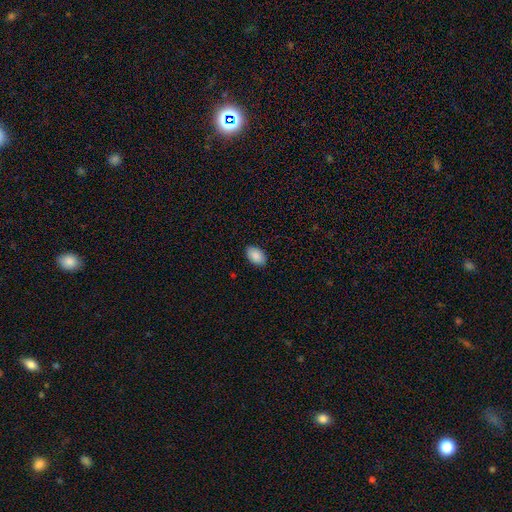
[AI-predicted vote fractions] Morphology: type=smooth (90%); roundness=in between (92%); merging=none (88%).